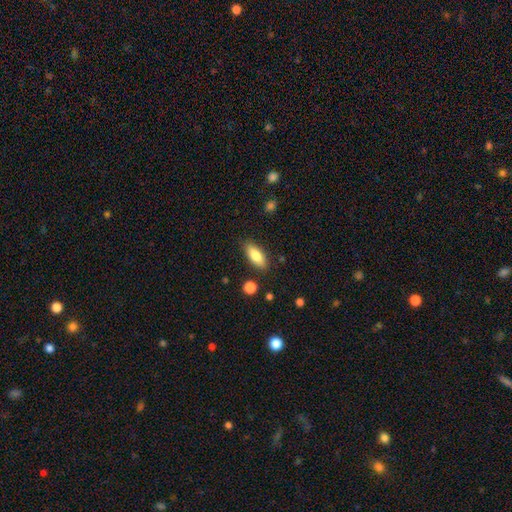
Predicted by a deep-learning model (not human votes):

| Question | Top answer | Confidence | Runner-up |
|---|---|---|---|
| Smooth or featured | smooth | 81% | featured or disk (13%) |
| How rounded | in between | 75% | cigar-shaped (23%) |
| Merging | none | 86% | minor disturbance (10%) |